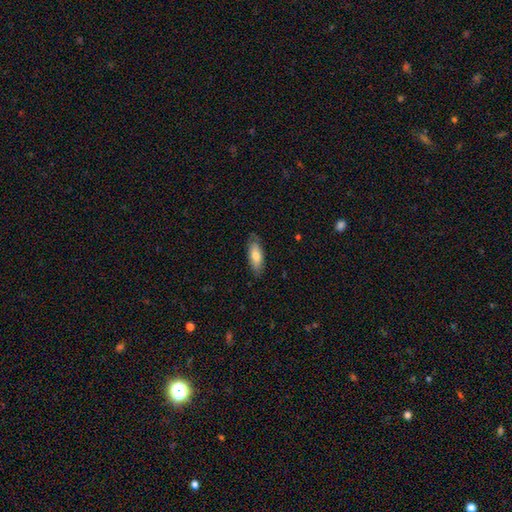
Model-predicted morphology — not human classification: A smooth galaxy with no disk features (74%) that is in between round and cigar-shaped (75%).

Vote fractions:
- Smooth or featured? smooth: 74% / featured or disk: 20% / star or artifact: 6%
- How rounded? in between: 75% / cigar-shaped: 23% / round: 2%
- Merging? none: 79% / minor disturbance: 17% / major disturbance: 3% / merger: 1%